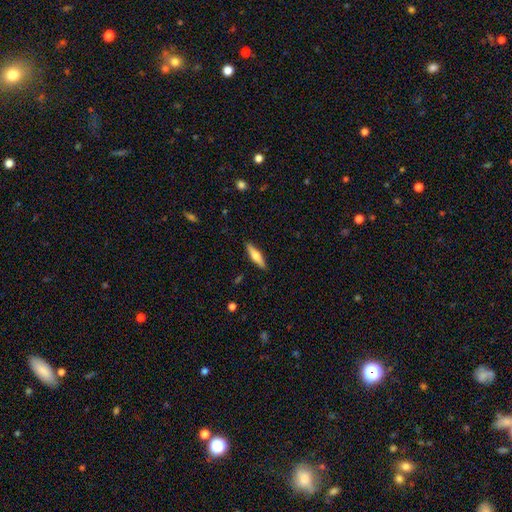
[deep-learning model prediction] Smooth or featured? Predicted: featured or disk (p=0.47, tied with smooth). Merging? Predicted: none (p=0.89).